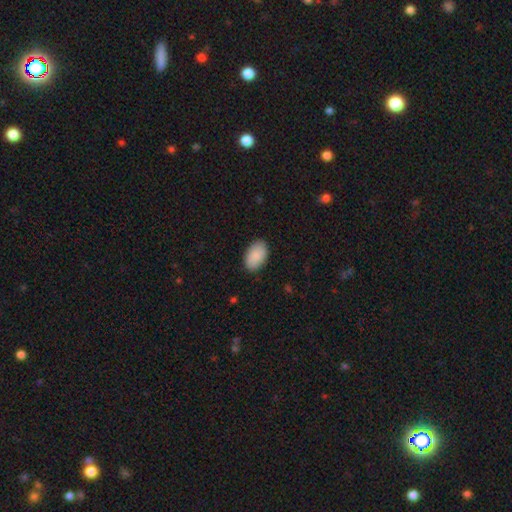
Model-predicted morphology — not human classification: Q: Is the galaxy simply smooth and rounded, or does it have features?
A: smooth — 89%.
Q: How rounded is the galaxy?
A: in between — 94%.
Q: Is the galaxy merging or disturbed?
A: none — 88%.